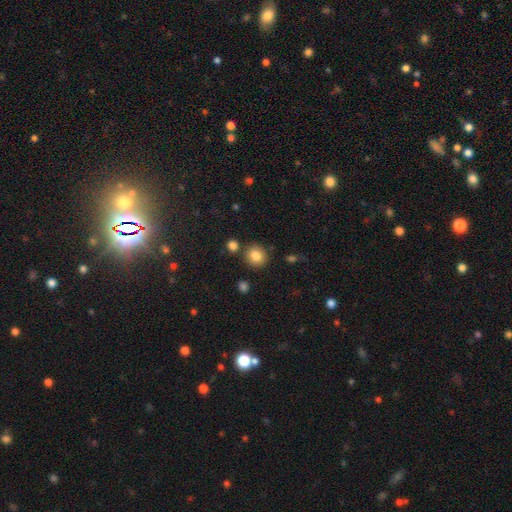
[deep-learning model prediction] The model was most divided on "smooth or featured": smooth: 84%, star or artifact: 10%, featured or disk: 6%. More confident: how rounded — round (89%); merging — none (84%).